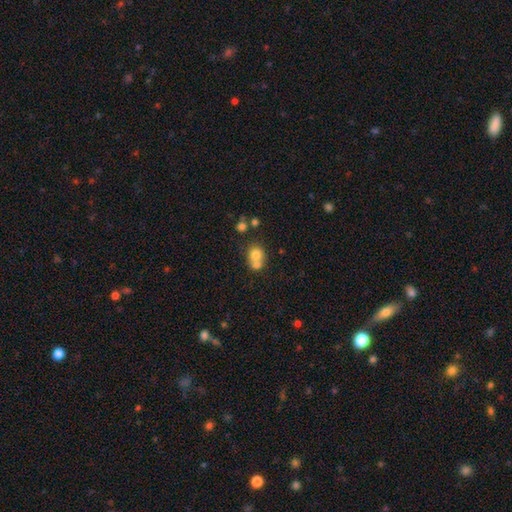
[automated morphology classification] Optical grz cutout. It shows a smooth galaxy with no disk features (73%) that is round (74%). Merging: merger (55%).